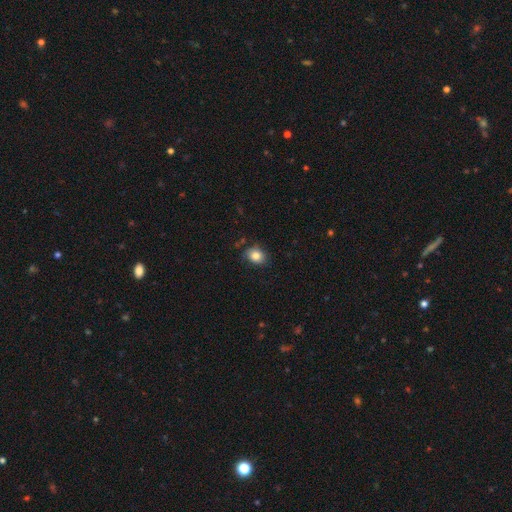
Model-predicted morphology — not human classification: A smooth galaxy with no disk features (82%) that is in between round and cigar-shaped (55%). Merging: none (76%).